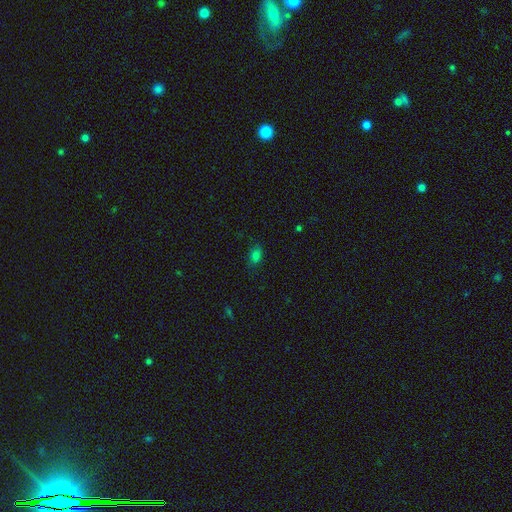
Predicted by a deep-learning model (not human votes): Smooth or featured? Predicted: smooth (p=0.77). How rounded? Predicted: in between (p=0.78). Merging? Predicted: none (p=0.79).